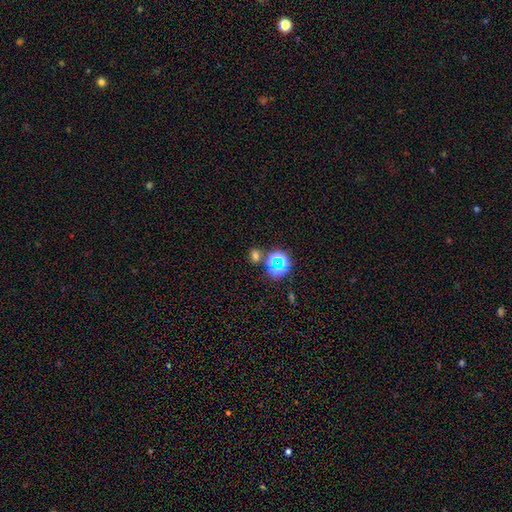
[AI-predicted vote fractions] Smooth or featured? smooth (55%)
How rounded? round (50%)
Merging? none (73%)